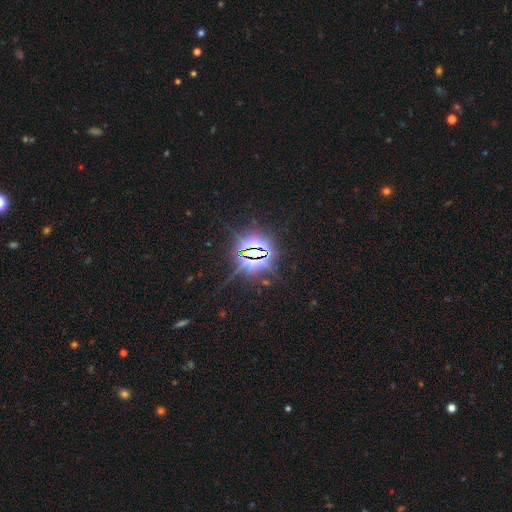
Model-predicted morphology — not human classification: A star or artifact, not a galaxy (86%).